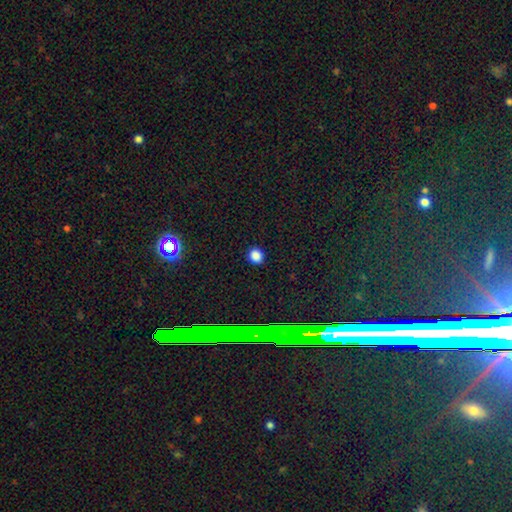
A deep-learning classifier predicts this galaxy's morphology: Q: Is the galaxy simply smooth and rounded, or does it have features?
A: smooth — 84%.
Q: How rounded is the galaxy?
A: round — 74%.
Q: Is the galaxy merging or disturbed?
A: none — 90%.